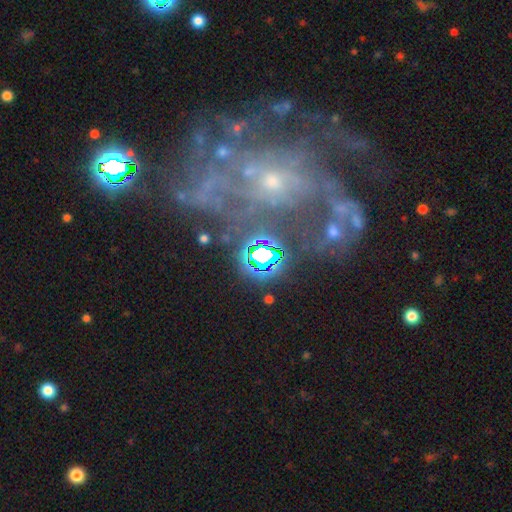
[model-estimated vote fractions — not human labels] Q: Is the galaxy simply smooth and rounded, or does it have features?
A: featured or disk — 68%.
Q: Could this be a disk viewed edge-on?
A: no — 96%.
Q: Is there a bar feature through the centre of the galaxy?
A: no — 74%.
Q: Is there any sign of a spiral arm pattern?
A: yes — 68%.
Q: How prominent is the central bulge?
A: small — 70%.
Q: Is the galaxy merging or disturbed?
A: none — 46%.